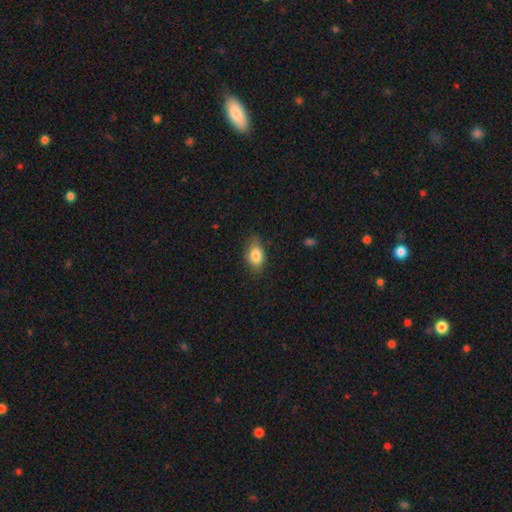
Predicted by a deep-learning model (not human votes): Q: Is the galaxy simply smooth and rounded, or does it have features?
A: smooth — 83%.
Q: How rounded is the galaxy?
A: in between — 87%.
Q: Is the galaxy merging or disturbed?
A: none — 76%.